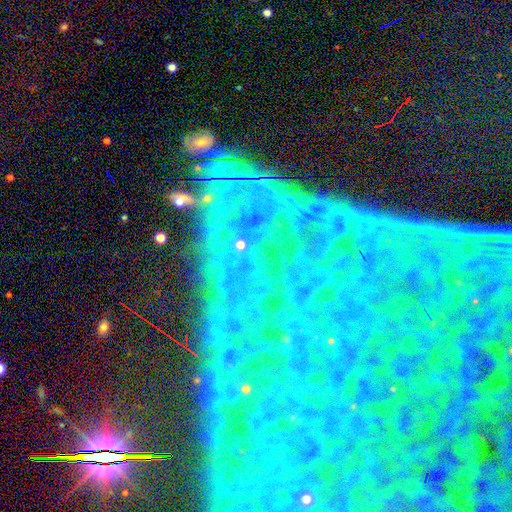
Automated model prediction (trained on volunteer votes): smooth_or_featured: star or artifact (p=0.84) [alt: featured or disk p=0.08]